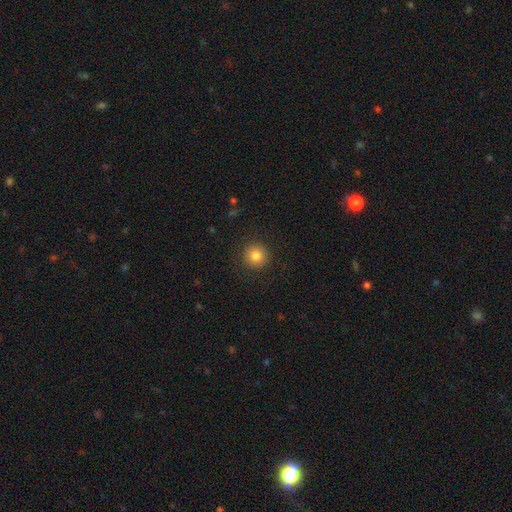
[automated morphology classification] Smooth or featured: smooth — 82% (star or artifact — 11%)
How rounded: round — 95% (in between — 4%)
Merging: none — 91% (minor disturbance — 6%)